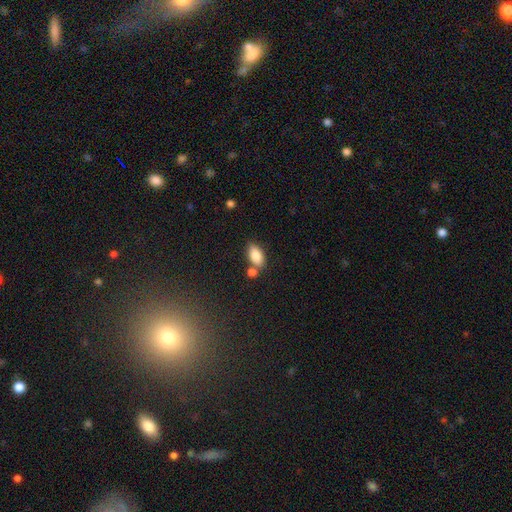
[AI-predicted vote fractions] Q: Smooth or featured?
A: smooth (85%); runner-up: featured or disk (8%)
Q: How rounded?
A: in between (91%); runner-up: round (4%)
Q: Merging?
A: none (65%); runner-up: merger (18%)